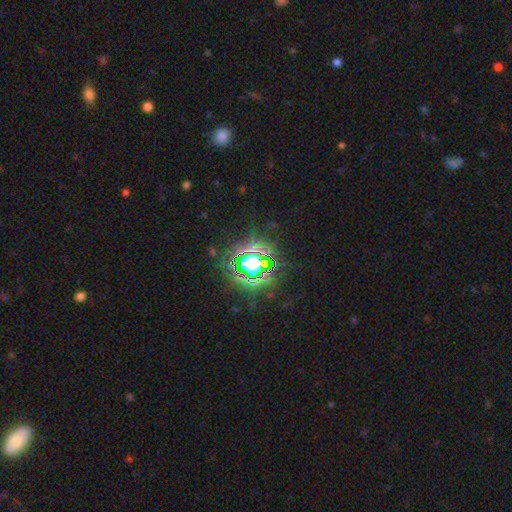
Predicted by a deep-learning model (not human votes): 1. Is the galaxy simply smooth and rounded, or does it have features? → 77% star or artifact, 13% smooth, 9% featured or disk.